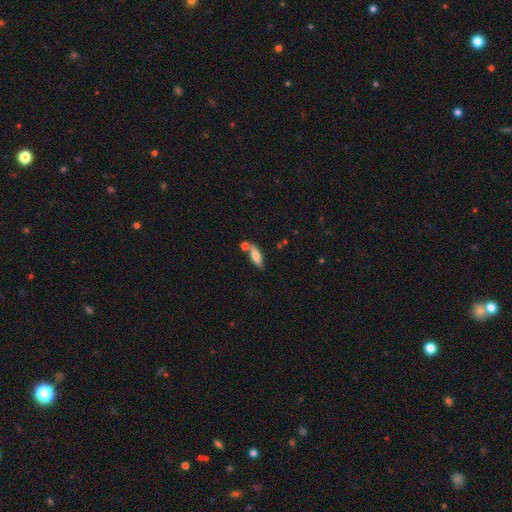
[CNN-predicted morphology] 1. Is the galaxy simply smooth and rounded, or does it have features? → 71% smooth, 21% featured or disk, 7% star or artifact.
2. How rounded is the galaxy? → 59% in between, 38% cigar-shaped, 3% round.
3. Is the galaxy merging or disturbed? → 60% none, 19% merger, 16% minor disturbance, 5% major disturbance.